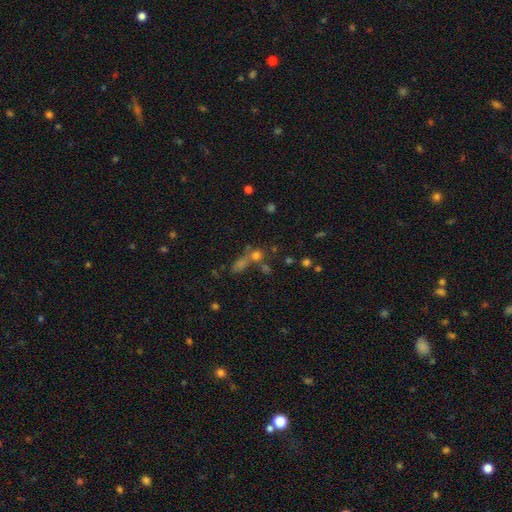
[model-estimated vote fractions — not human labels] This appears to be a smooth galaxy with no disk features (59%) that is round (70%). Merging: none (47%).